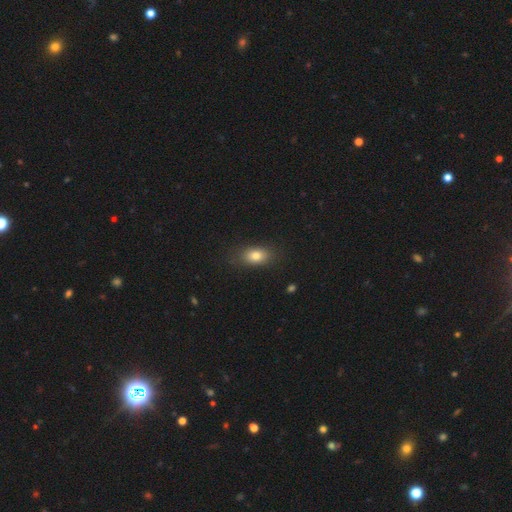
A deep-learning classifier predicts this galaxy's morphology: Smooth or featured? smooth (81%)
How rounded? in between (83%)
Merging? none (84%)